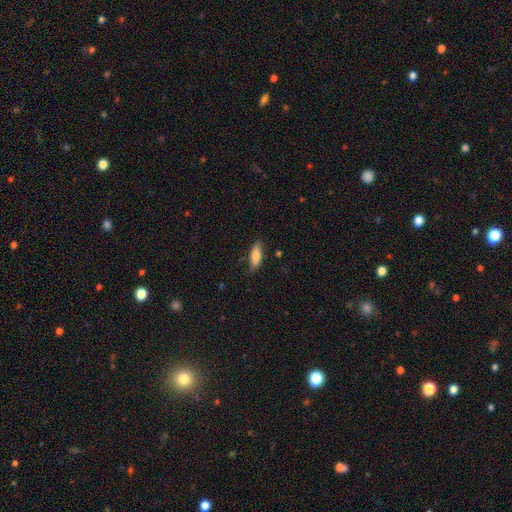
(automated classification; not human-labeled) This is likely a smooth galaxy (75%). How rounded: possibly in between (59%). Merging: likely none (75%).